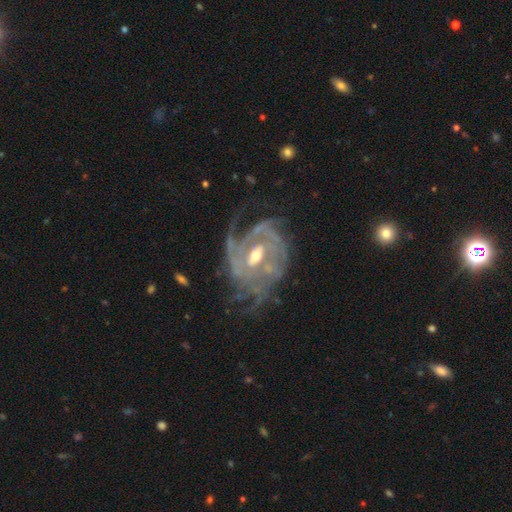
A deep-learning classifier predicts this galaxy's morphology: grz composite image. It shows a featured or disk galaxy (89%) with a weak bar (46%), tight (51%) spiral arms (94%) and a moderate central bulge (60%). Merging: none (50%).